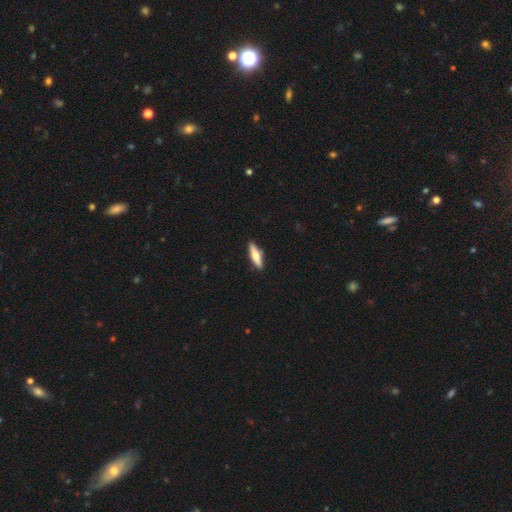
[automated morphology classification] type=smooth (56%); roundness=cigar-shaped (65%); merging=none (88%).